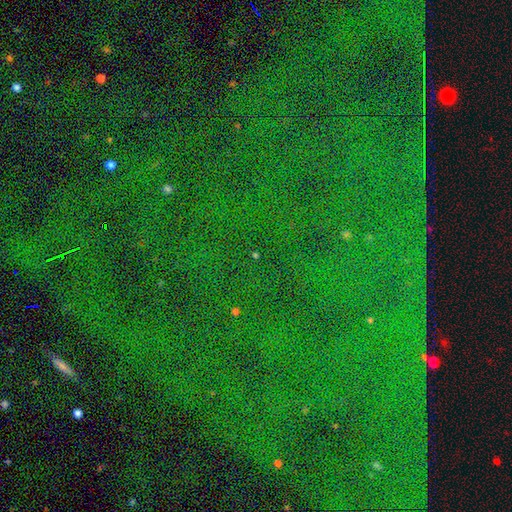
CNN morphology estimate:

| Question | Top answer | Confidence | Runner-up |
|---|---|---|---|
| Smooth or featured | star or artifact | 83% | smooth (10%) |